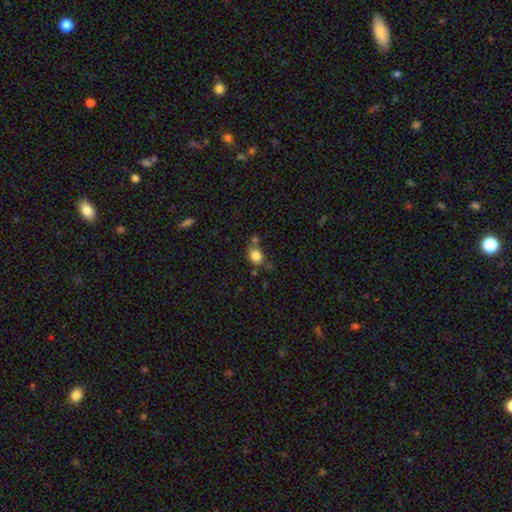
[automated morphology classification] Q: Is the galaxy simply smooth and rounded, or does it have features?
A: smooth — 83%.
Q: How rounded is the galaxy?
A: round — 59%.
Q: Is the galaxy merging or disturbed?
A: none — 57%.